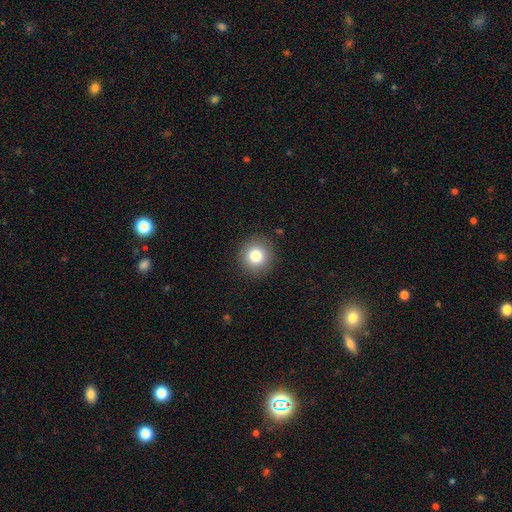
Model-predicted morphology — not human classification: A smooth galaxy with no disk features (81%) that is round (93%).

Vote fractions:
- Smooth or featured? smooth: 81% / star or artifact: 11% / featured or disk: 8%
- How rounded? round: 93% / in between: 6% / cigar-shaped: 1%
- Merging? none: 90% / minor disturbance: 7% / major disturbance: 2% / merger: 1%